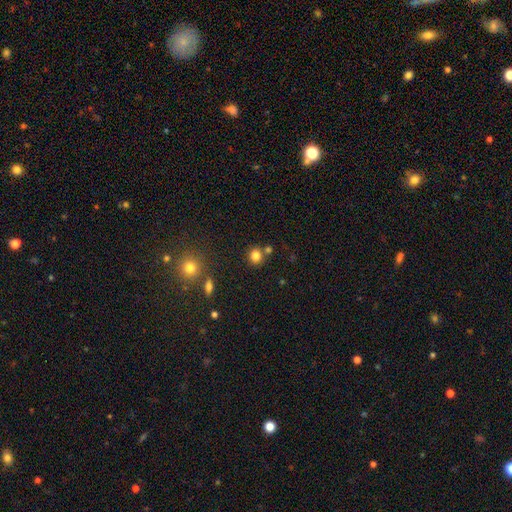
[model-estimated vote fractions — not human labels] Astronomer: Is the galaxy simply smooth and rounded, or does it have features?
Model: smooth — 82%.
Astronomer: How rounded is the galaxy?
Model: round — 87%.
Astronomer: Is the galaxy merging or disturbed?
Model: none — 75%.